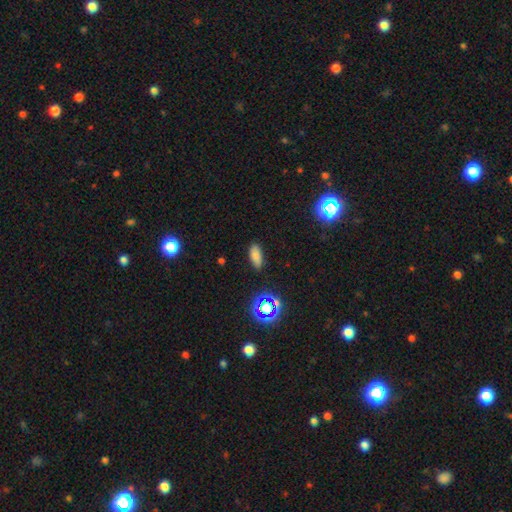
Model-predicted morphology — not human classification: type=smooth (76%); roundness=in between (83%); merging=none (84%).